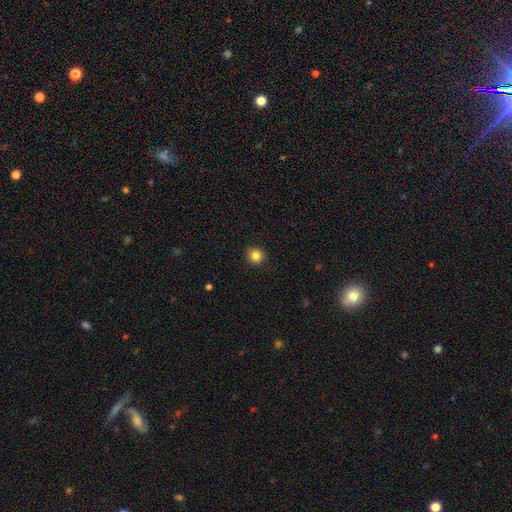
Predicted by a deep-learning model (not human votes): Smooth or featured?
  - smooth: 84% *
  - star or artifact: 11%
  - featured or disk: 5%
How rounded?
  - round: 91% *
  - in between: 8%
  - cigar-shaped: 1%
Merging?
  - none: 90% *
  - minor disturbance: 7%
  - major disturbance: 2%
  - merger: 1%